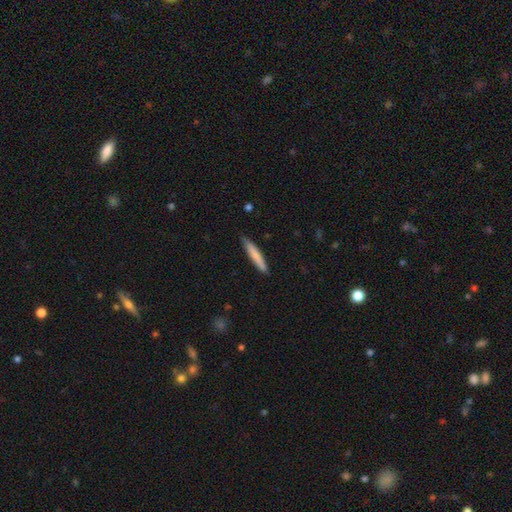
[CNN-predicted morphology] smooth 76%, featured or disk 18%, star or artifact 5%. Down the decision tree: how rounded — cigar-shaped (93%); merging — none (86%).